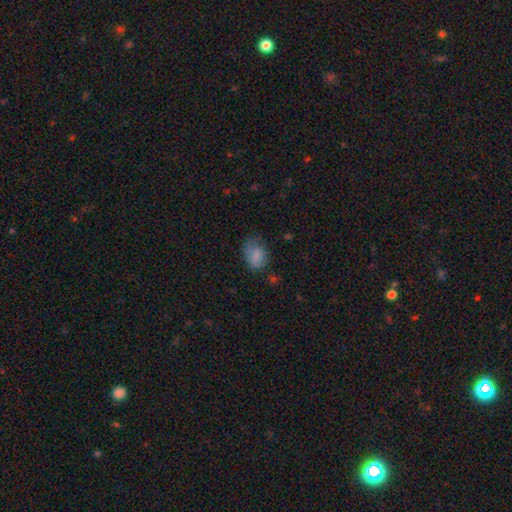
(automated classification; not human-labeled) Smooth or featured? smooth (80%)
How rounded? in between (74%)
Merging? none (52%)